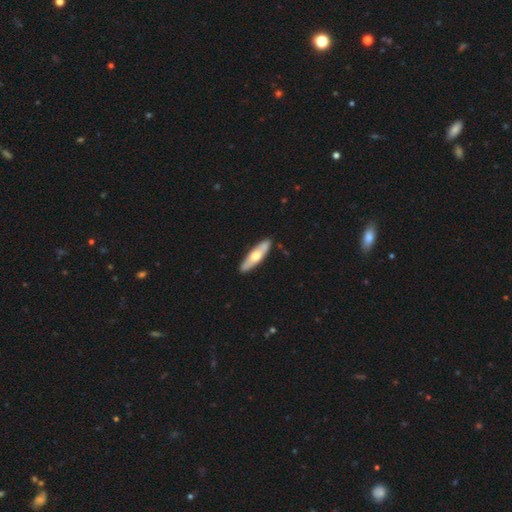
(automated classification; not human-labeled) Smooth or featured? smooth (49%)
Merging? none (89%)